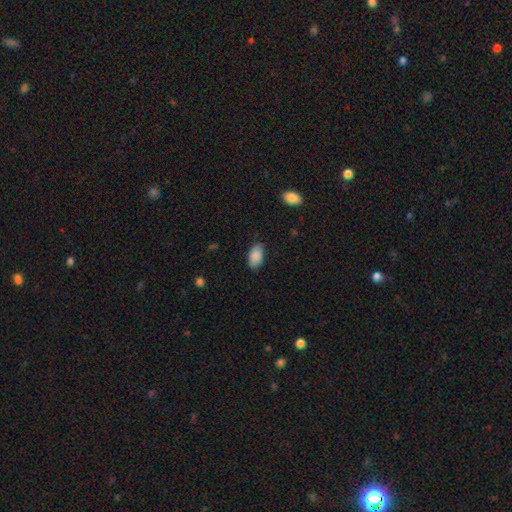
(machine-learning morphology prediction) This is clearly a smooth galaxy (88%). How rounded: clearly in between (93%). Merging: likely none (79%).